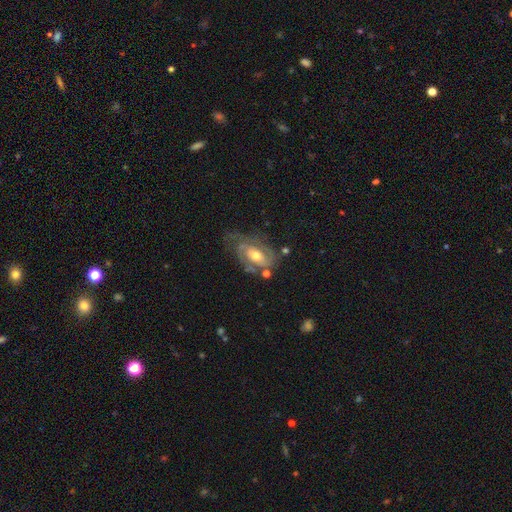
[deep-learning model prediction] Morphology: type=featured or disk (82%); edge-on=no (95%); bar=no (47%); spiral arms=yes (91%); winding=tight (51%); arm count=2 (55%); bulge=moderate (68%); merging=none (51%).